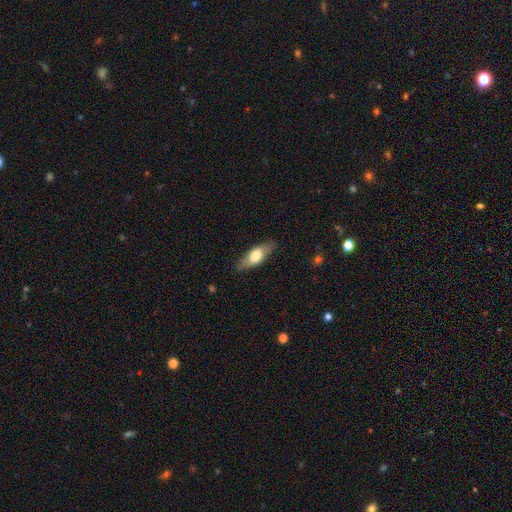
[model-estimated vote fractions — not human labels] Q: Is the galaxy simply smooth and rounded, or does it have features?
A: smooth — 63%.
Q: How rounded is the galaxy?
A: in between — 65%.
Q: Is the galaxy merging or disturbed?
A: none — 83%.